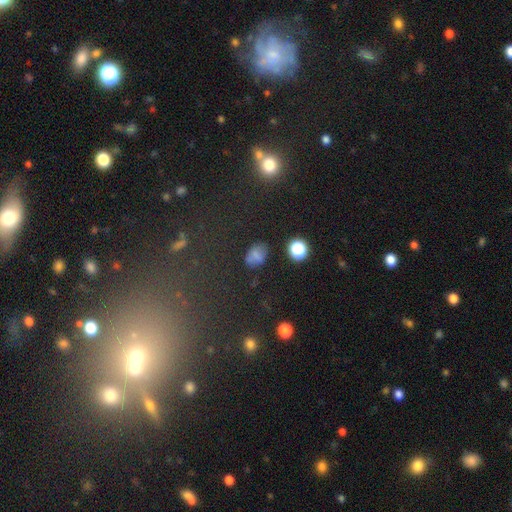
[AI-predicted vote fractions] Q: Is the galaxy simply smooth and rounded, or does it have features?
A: smooth — 64%.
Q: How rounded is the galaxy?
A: in between — 78%.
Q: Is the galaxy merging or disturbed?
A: none — 69%.